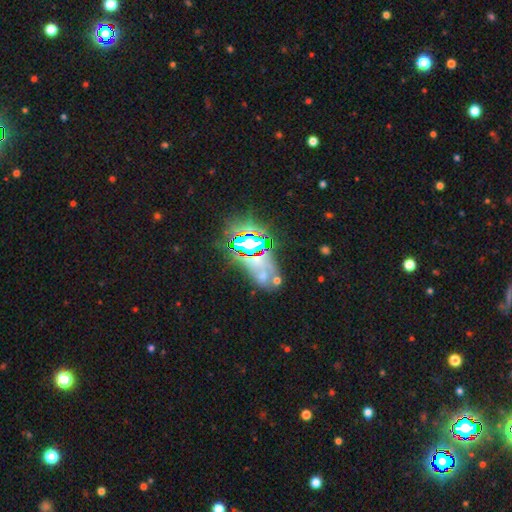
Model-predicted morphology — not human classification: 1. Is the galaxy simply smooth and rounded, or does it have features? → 54% star or artifact, 26% smooth, 20% featured or disk.